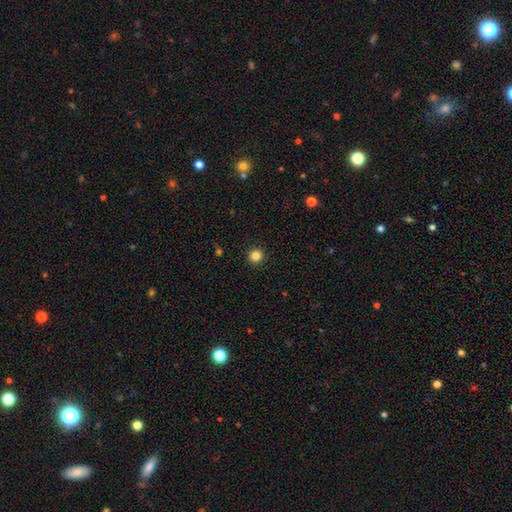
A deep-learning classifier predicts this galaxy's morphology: type=smooth (84%); roundness=round (95%); merging=none (93%).